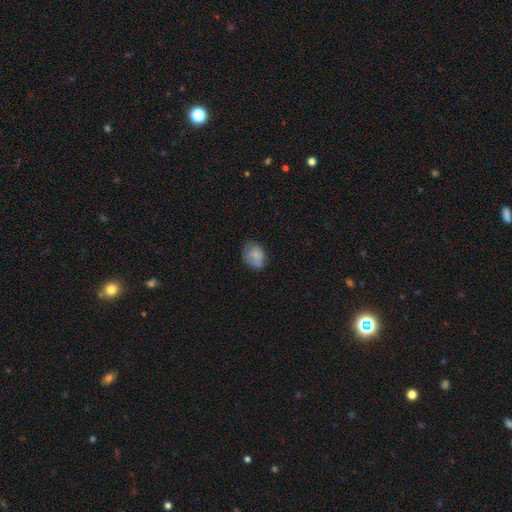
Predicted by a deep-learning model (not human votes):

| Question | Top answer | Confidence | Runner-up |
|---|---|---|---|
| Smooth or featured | smooth | 78% | featured or disk (14%) |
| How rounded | in between | 53% | round (46%) |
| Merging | none | 63% | minor disturbance (27%) |